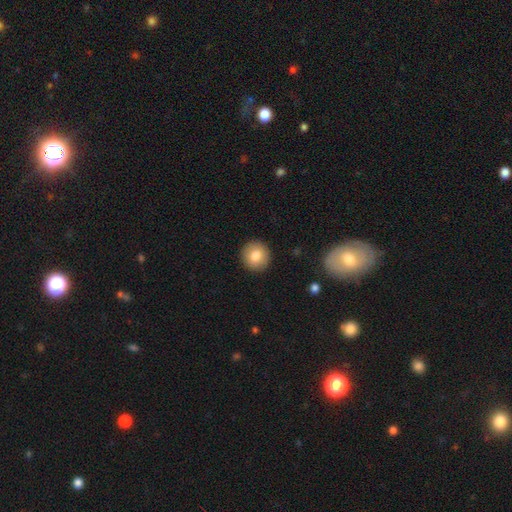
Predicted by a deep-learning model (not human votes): Smooth or featured? smooth (80%)
How rounded? round (94%)
Merging? none (92%)